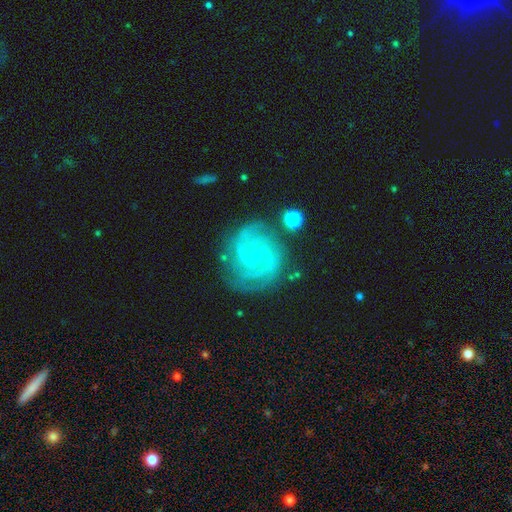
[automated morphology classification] Q: Smooth or featured?
A: featured or disk (88%); runner-up: star or artifact (6%)
Q: Edge-on disk?
A: no (98%); runner-up: yes (2%)
Q: Bar?
A: no (70%); runner-up: weak (25%)
Q: Spiral arms?
A: yes (97%); runner-up: no (3%)
Q: Spiral winding?
A: tight (70%); runner-up: medium (26%)
Q: Spiral arm count?
A: 2 (44%); runner-up: 3 (24%)
Q: Bulge size?
A: small (79%); runner-up: moderate (18%)
Q: Merging?
A: none (75%); runner-up: minor disturbance (17%)